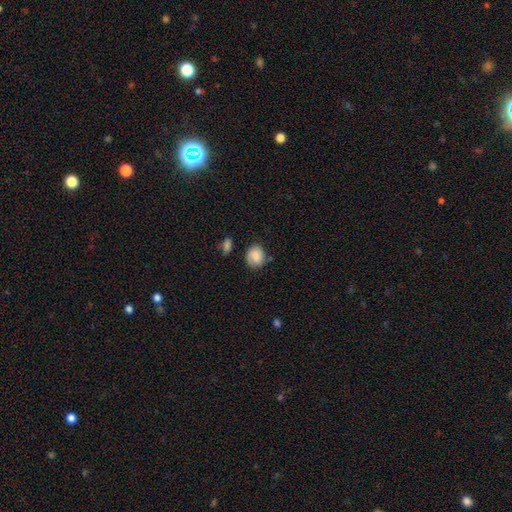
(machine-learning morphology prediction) The model was most divided on "how rounded": round: 66%, in between: 33%, cigar-shaped: 1%. More confident: smooth or featured — smooth (77%); merging — none (66%).